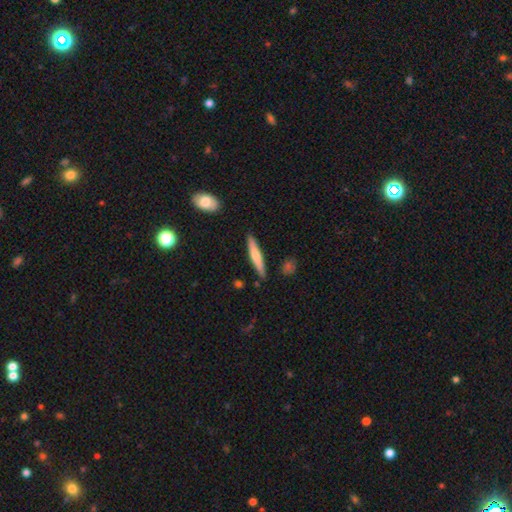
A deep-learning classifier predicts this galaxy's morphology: This is possibly a smooth galaxy (59%). How rounded: clearly cigar-shaped (91%). Merging: clearly none (87%).